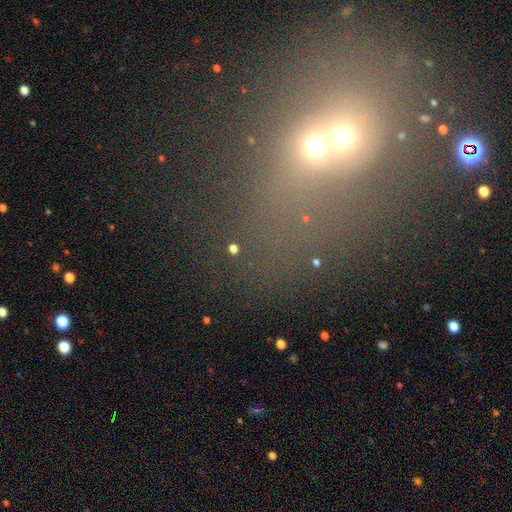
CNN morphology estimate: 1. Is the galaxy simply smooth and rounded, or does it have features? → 45% star or artifact, 37% smooth, 18% featured or disk.